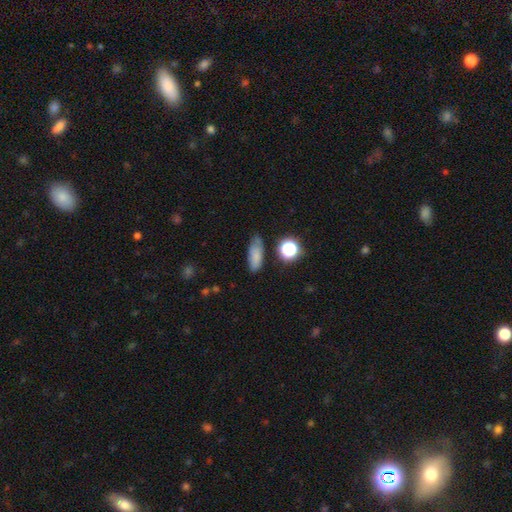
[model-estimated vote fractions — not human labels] Smooth or featured? smooth (78%)
How rounded? in between (64%)
Merging? none (71%)